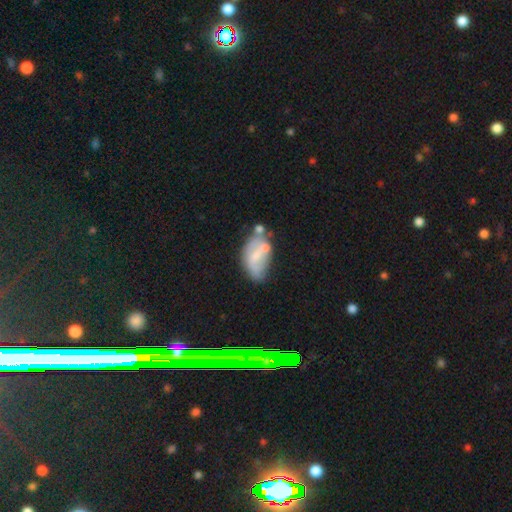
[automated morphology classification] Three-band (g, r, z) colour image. It shows a featured or disk galaxy (46%, tied with smooth). Merging: none (31%).